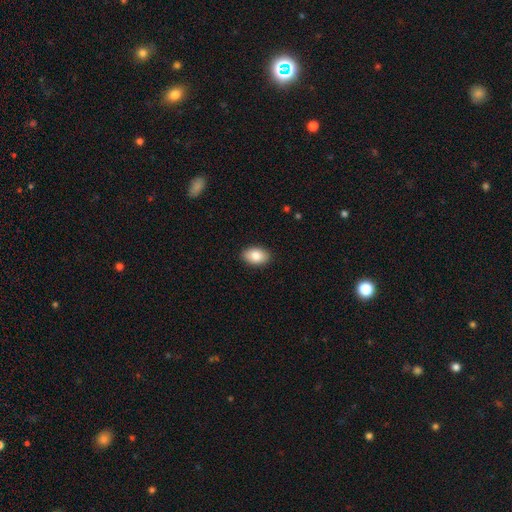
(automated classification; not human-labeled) A smooth galaxy with no disk features (86%) that is in between round and cigar-shaped (89%).

Vote fractions:
- Smooth or featured? smooth: 86% / star or artifact: 7% / featured or disk: 7%
- How rounded? in between: 89% / round: 10% / cigar-shaped: 1%
- Merging? none: 90% / minor disturbance: 8% / major disturbance: 2% / merger: 1%